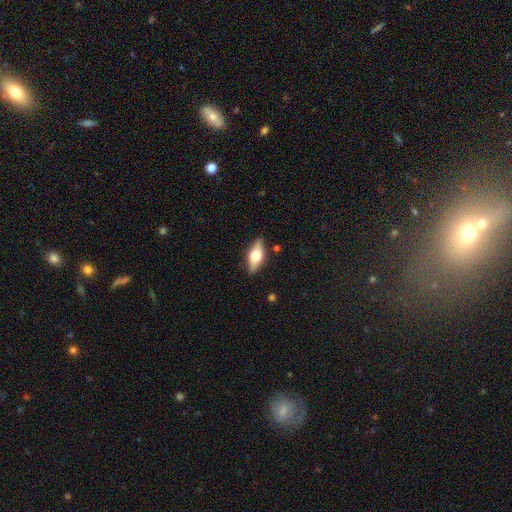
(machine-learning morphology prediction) A featured or disk galaxy (49%).

Vote fractions:
- Smooth or featured? featured or disk: 49% / smooth: 44% / star or artifact: 7%
- Merging? none: 85% / minor disturbance: 11% / major disturbance: 2% / merger: 2%